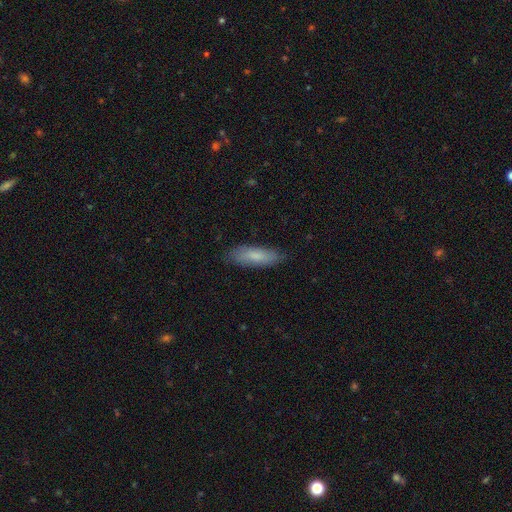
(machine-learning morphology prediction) smooth-or-featured: smooth: 79% | featured or disk: 15% | star or artifact: 6%
  how-rounded: cigar-shaped: 52% | in between: 47% | round: 2%
  merging: none: 82% | minor disturbance: 14% | major disturbance: 3% | merger: 1%